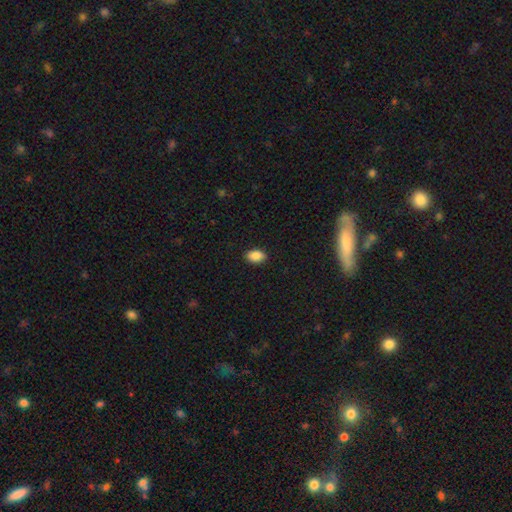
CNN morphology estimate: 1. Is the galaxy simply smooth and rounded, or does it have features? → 89% smooth, 8% star or artifact, 3% featured or disk.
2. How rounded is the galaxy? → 88% in between, 10% round, 1% cigar-shaped.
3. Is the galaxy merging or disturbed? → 89% none, 8% minor disturbance, 2% major disturbance, 1% merger.